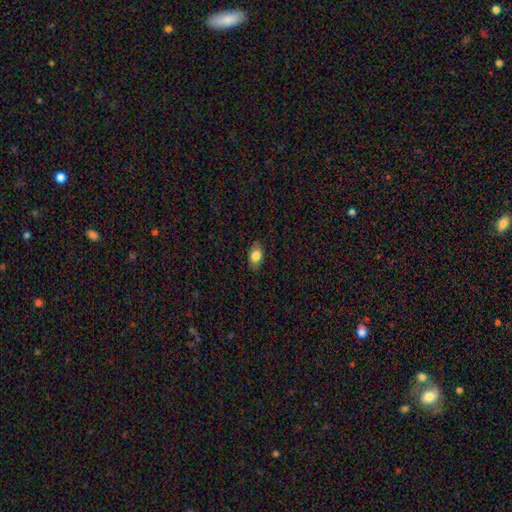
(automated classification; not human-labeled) Smooth or featured? smooth (79%)
How rounded? in between (89%)
Merging? none (83%)